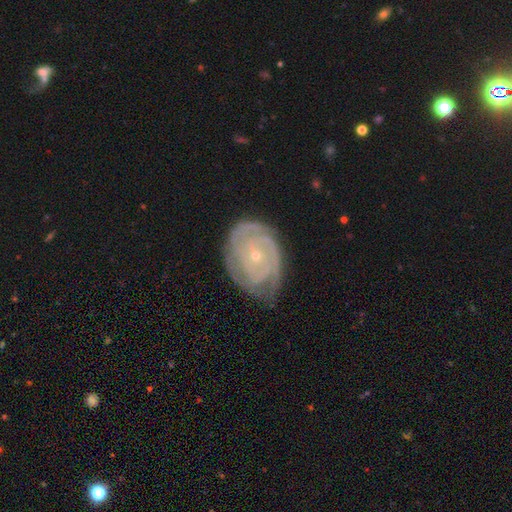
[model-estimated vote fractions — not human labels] This appears to be a featured or disk galaxy (83%) with no bar (77%), tight (81%) spiral arms (94%) and a small central bulge (78%). Merging: none (67%).